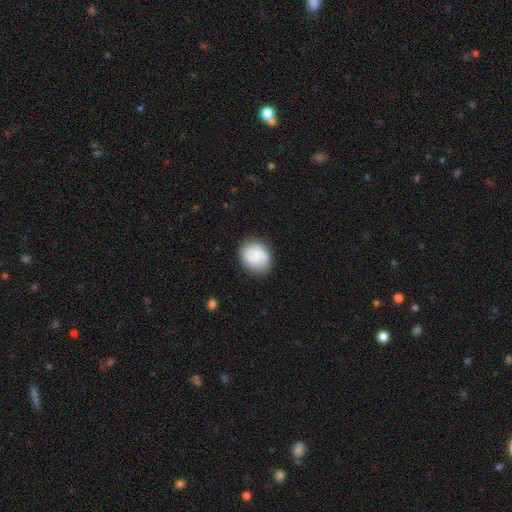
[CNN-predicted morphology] smooth-or-featured: smooth: 65% | featured or disk: 28% | star or artifact: 7%
  how-rounded: round: 71% | in between: 28% | cigar-shaped: 1%
  merging: none: 82% | minor disturbance: 13% | major disturbance: 4% | merger: 1%